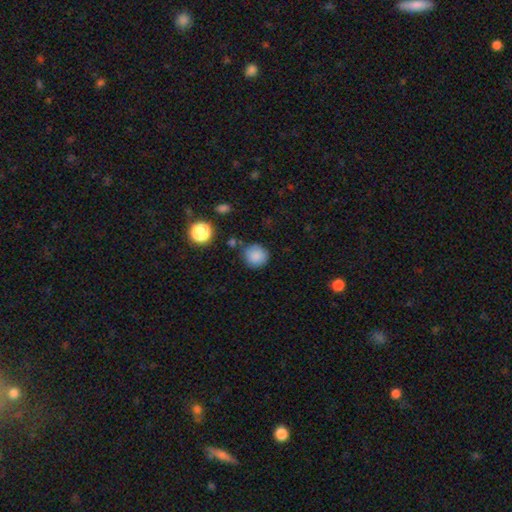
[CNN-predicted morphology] Smooth or featured: smooth — 85% (star or artifact — 10%)
How rounded: round — 89% (in between — 10%)
Merging: none — 81% (minor disturbance — 12%)